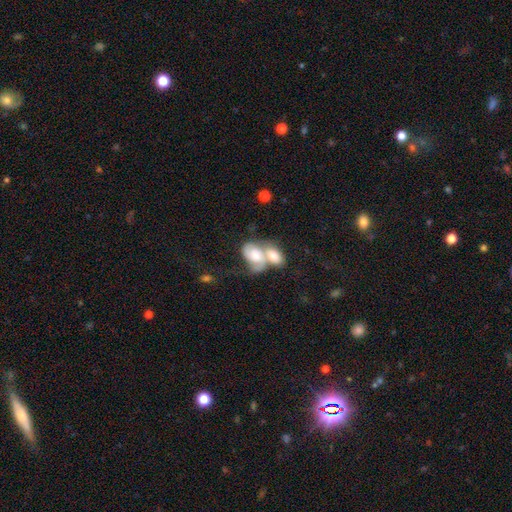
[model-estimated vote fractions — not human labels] Overall: smooth (50%; featured or disk 43%). Merging: merger (77%).